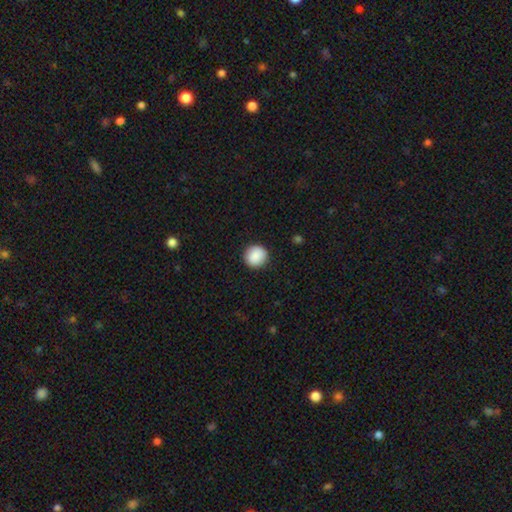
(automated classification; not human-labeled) Overall: smooth (89%). How rounded: round (93%). Merging: none (92%).